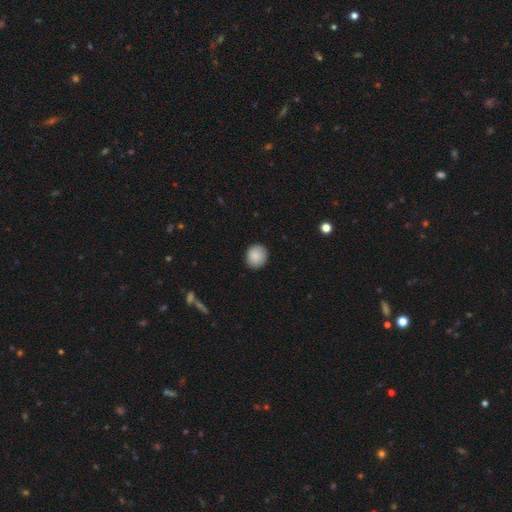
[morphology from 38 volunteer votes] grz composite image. It shows a smooth galaxy with no disk features (89%) that is round (91%). Merging: none (95%).